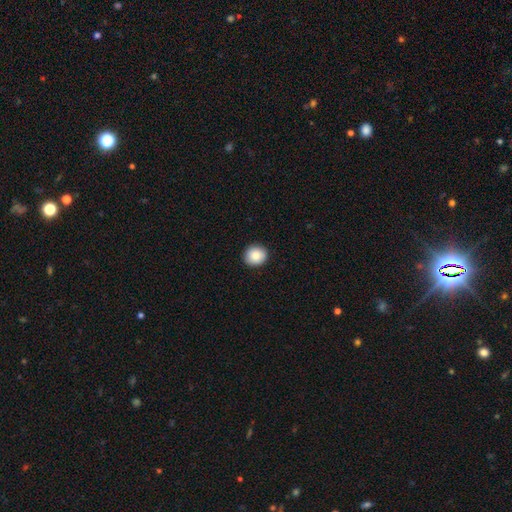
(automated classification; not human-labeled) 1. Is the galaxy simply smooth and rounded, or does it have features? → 86% smooth, 8% star or artifact, 6% featured or disk.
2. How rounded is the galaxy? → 87% round, 13% in between, 1% cigar-shaped.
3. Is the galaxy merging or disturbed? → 91% none, 6% minor disturbance, 2% major disturbance, 1% merger.